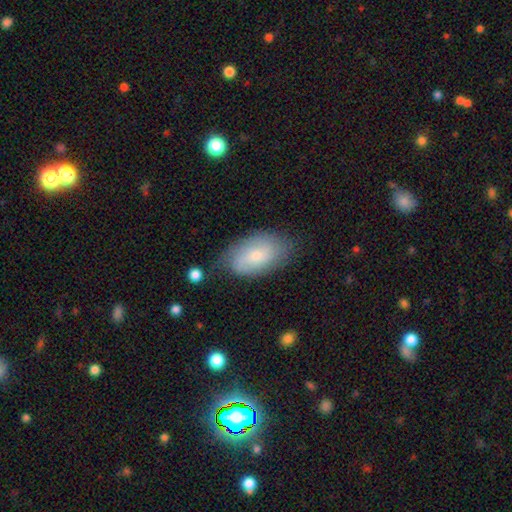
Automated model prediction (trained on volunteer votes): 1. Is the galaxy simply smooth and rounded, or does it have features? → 55% smooth, 38% featured or disk, 7% star or artifact.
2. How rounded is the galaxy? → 92% in between, 5% round, 2% cigar-shaped.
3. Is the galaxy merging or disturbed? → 69% none, 23% minor disturbance, 6% major disturbance, 2% merger.